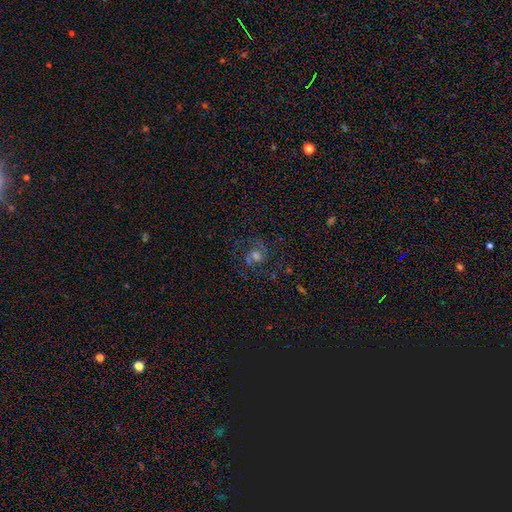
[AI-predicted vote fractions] Smooth or featured?
  - featured or disk: 61% *
  - star or artifact: 20%
  - smooth: 19%
Edge-on disk?
  - no: 98% *
  - yes: 2%
Bar?
  - no: 59% *
  - weak: 34%
  - strong: 7%
Spiral arms?
  - yes: 88% *
  - no: 12%
Spiral winding?
  - medium: 53% *
  - loose: 24%
  - tight: 23%
Spiral arm count?
  - 2: 78% *
  - can't tell: 9%
  - 1: 8%
  - 3: 3%
  - 4: 2%
  - more than 4: 2%
Bulge size?
  - moderate: 50% *
  - small: 23%
  - large: 17%
  - none: 6%
  - dominant: 3%
Merging?
  - none: 68% *
  - minor disturbance: 14%
  - major disturbance: 14%
  - merger: 4%